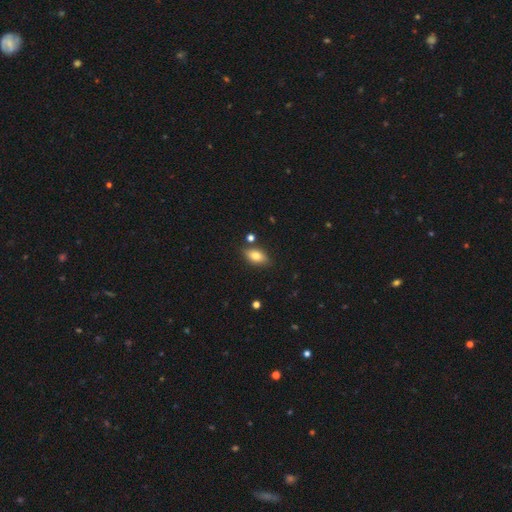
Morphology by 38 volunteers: smooth-or-featured: smooth: 74% | featured or disk: 24% | star or artifact: 3%
  how-rounded: in between: 93% | round: 7% | cigar-shaped: 0%
  merging: none: 78% | minor disturbance: 16% | major disturbance: 3% | merger: 3%